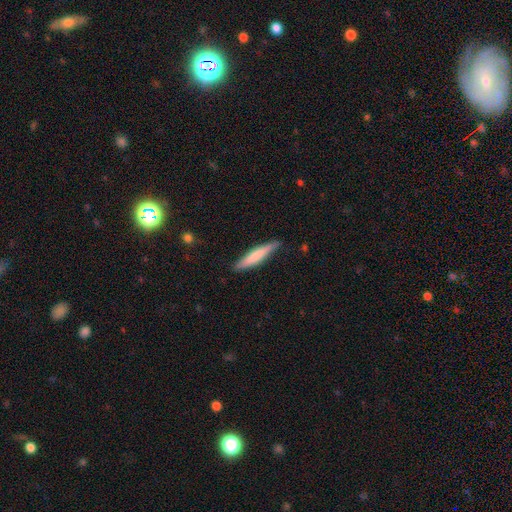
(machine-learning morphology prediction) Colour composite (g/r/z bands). It shows a smooth galaxy with no disk features (70%) that is cigar-shaped (90%). Merging: none (84%).